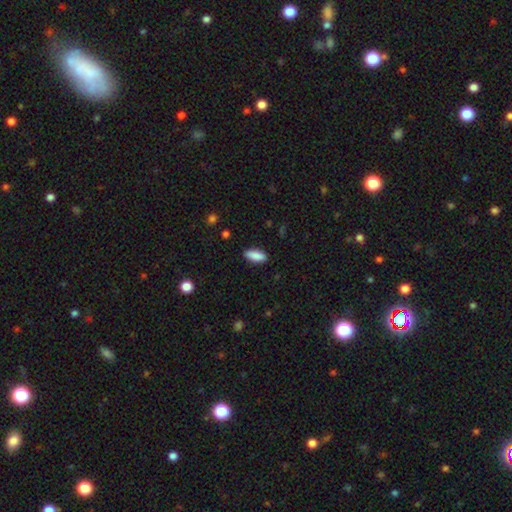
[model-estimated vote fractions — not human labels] Smooth or featured: smooth — 88% (star or artifact — 6%)
How rounded: in between — 76% (cigar-shaped — 22%)
Merging: none — 88% (minor disturbance — 9%)